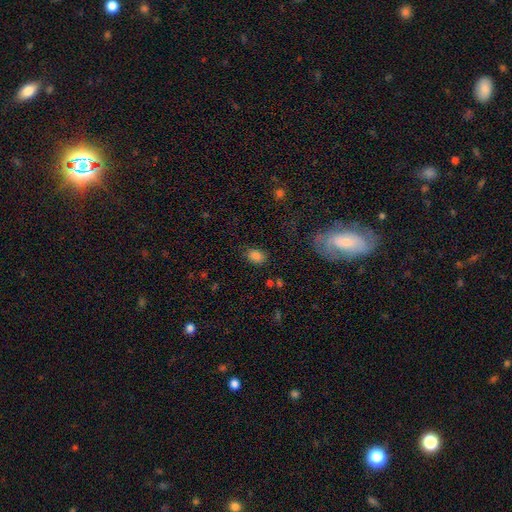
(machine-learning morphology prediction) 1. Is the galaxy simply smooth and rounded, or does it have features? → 83% smooth, 12% star or artifact, 6% featured or disk.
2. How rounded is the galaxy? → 72% in between, 27% round, 1% cigar-shaped.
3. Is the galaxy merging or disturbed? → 79% none, 15% minor disturbance, 4% major disturbance, 2% merger.